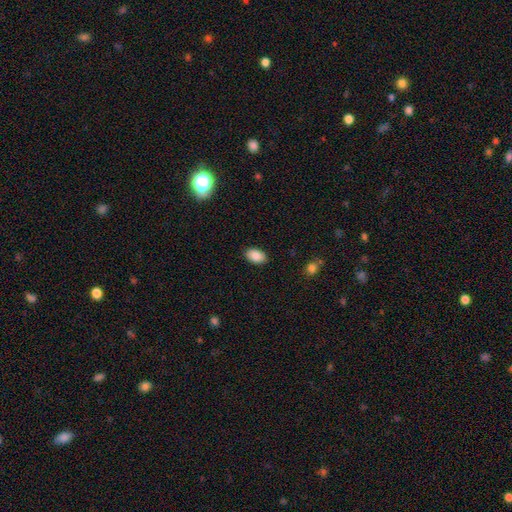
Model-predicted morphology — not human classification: Overall: smooth (88%). How rounded: in between (89%). Merging: none (88%).